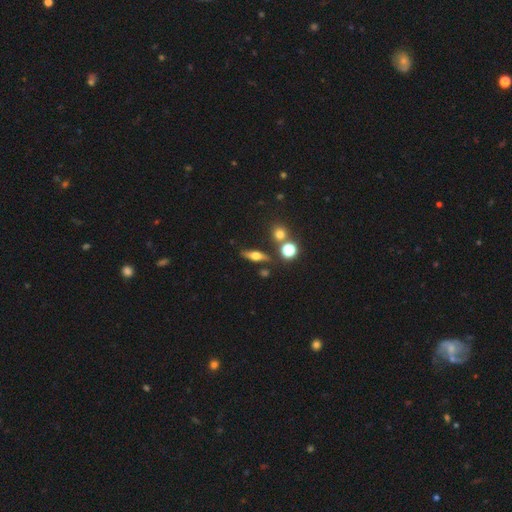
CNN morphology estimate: featured or disk 52%, smooth 37%, star or artifact 12%. Down the decision tree: edge-on disk — yes (88%); merging — none (80%).